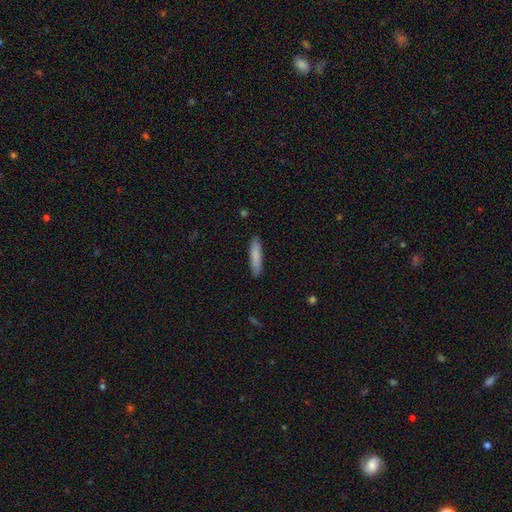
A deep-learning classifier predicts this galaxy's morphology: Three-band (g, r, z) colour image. It shows a smooth galaxy with no disk features (83%) that is cigar-shaped (83%). Merging: none (88%).